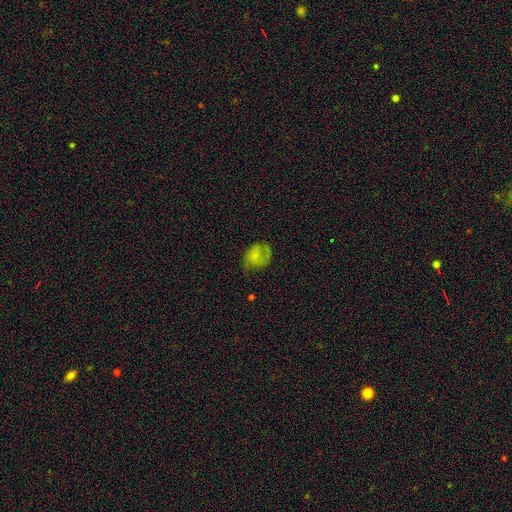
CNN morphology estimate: Smooth or featured? smooth (60%)
How rounded? in between (50%)
Merging? none (48%)